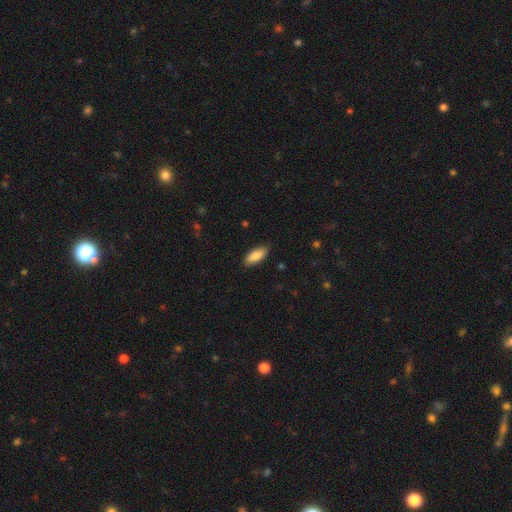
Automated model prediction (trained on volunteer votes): Q: Smooth or featured?
A: smooth (87%); runner-up: featured or disk (7%)
Q: How rounded?
A: in between (81%); runner-up: cigar-shaped (17%)
Q: Merging?
A: none (85%); runner-up: minor disturbance (11%)